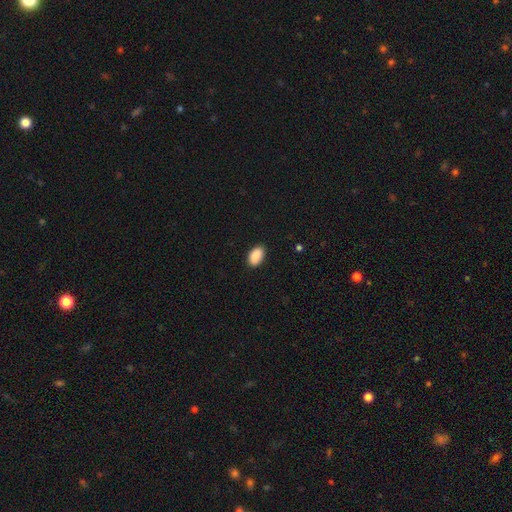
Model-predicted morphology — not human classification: Smooth or featured? smooth (91%)
How rounded? in between (93%)
Merging? none (89%)